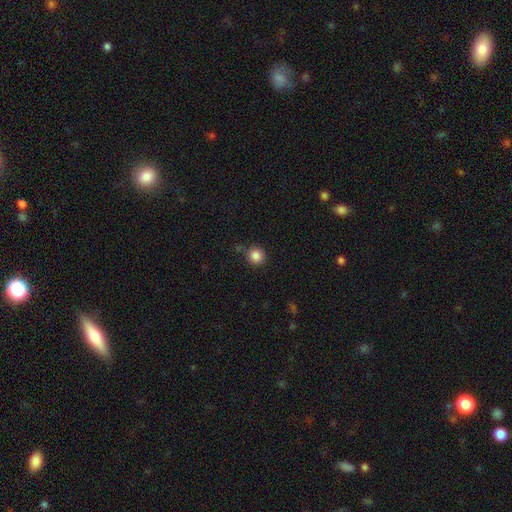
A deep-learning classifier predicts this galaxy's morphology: smooth-or-featured: smooth: 86% | star or artifact: 10% | featured or disk: 4%
  how-rounded: round: 93% | in between: 6% | cigar-shaped: 1%
  merging: none: 84% | minor disturbance: 9% | merger: 4% | major disturbance: 3%